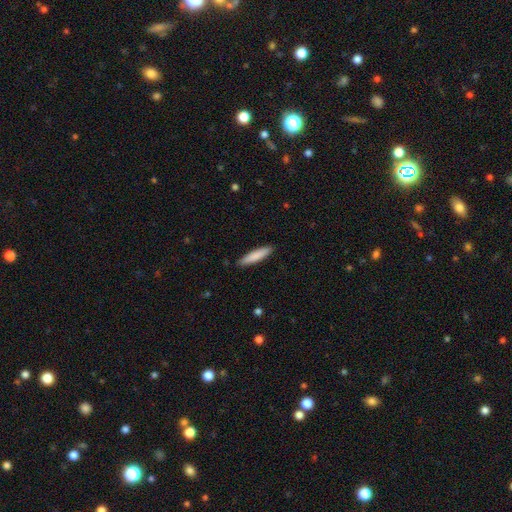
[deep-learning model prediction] Smooth or featured? Predicted: smooth (p=0.83). How rounded? Predicted: cigar-shaped (p=0.85). Merging? Predicted: none (p=0.90).